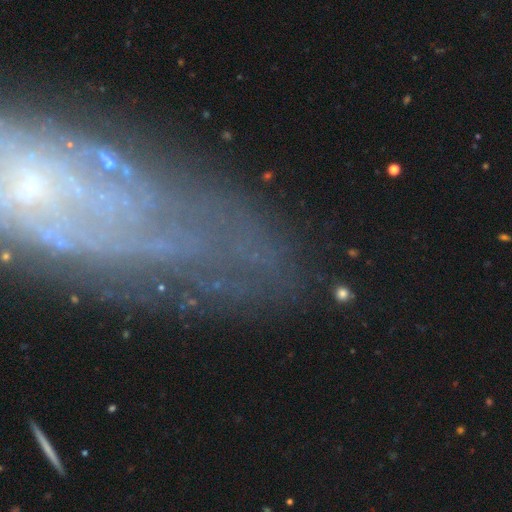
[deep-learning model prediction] Q: Smooth or featured?
A: featured or disk (66%); runner-up: star or artifact (18%)
Q: Edge-on disk?
A: no (79%); runner-up: yes (21%)
Q: Bar?
A: no (64%); runner-up: weak (23%)
Q: Spiral arms?
A: yes (66%); runner-up: no (34%)
Q: Bulge size?
A: small (54%); runner-up: moderate (24%)
Q: Merging?
A: none (70%); runner-up: minor disturbance (16%)